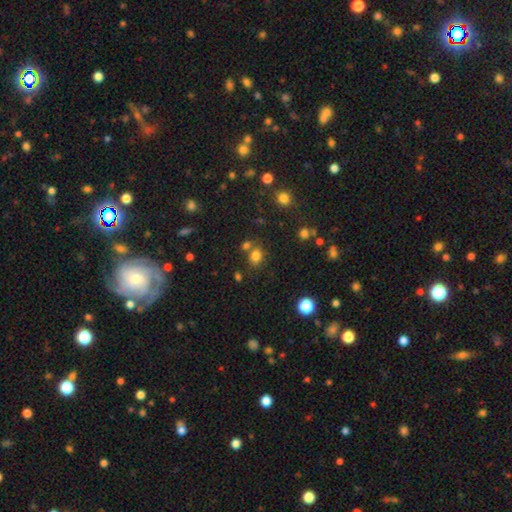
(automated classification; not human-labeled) Smooth or featured?
  - smooth: 77% *
  - star or artifact: 16%
  - featured or disk: 7%
How rounded?
  - round: 53% *
  - in between: 46%
  - cigar-shaped: 1%
Merging?
  - none: 64% *
  - merger: 20%
  - minor disturbance: 12%
  - major disturbance: 4%